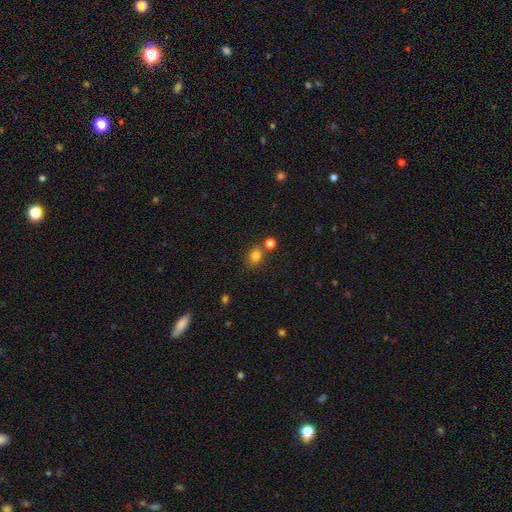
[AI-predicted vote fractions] This is likely a smooth galaxy (79%). How rounded: likely round (62%). Merging: likely none (70%).